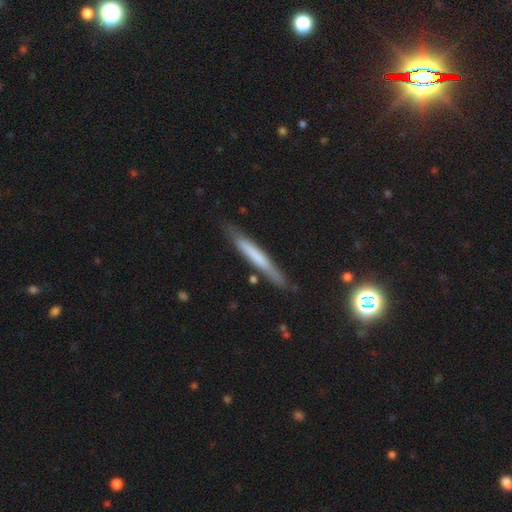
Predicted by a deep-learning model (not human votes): smooth-or-featured: smooth: 56% | featured or disk: 38% | star or artifact: 6%
  how-rounded: cigar-shaped: 96% | in between: 3% | round: 1%
  merging: none: 81% | minor disturbance: 14% | major disturbance: 3% | merger: 3%